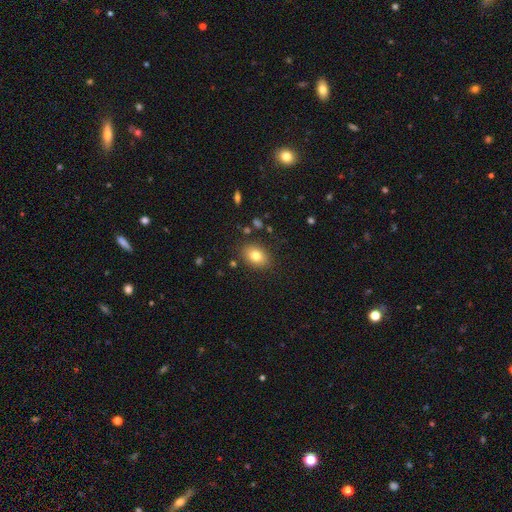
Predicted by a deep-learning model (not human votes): Smooth or featured?
  - smooth: 79% *
  - featured or disk: 11%
  - star or artifact: 10%
How rounded?
  - in between: 74% *
  - round: 25%
  - cigar-shaped: 1%
Merging?
  - none: 86% *
  - minor disturbance: 10%
  - major disturbance: 3%
  - merger: 2%